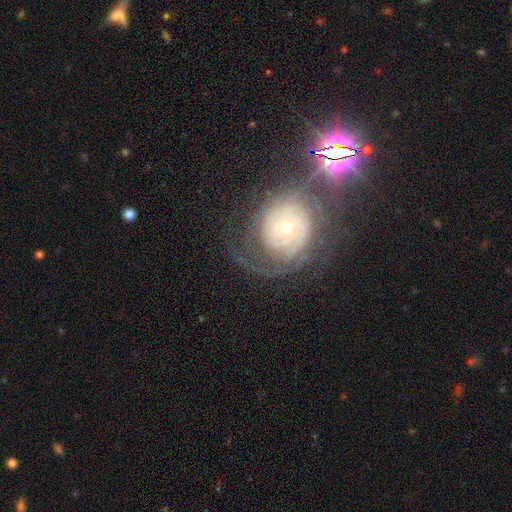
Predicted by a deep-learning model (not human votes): smooth-or-featured: featured or disk: 65% | smooth: 18% | star or artifact: 18%
  disk-edge-on: no: 96% | yes: 4%
    bar: no: 78% | weak: 16% | strong: 7%
    has-spiral-arms: yes: 78% | no: 22%
    bulge-size: small: 62% | moderate: 32% | large: 3% | dominant: 2% | none: 1%
  merging: none: 59% | major disturbance: 17% | minor disturbance: 17% | merger: 8%